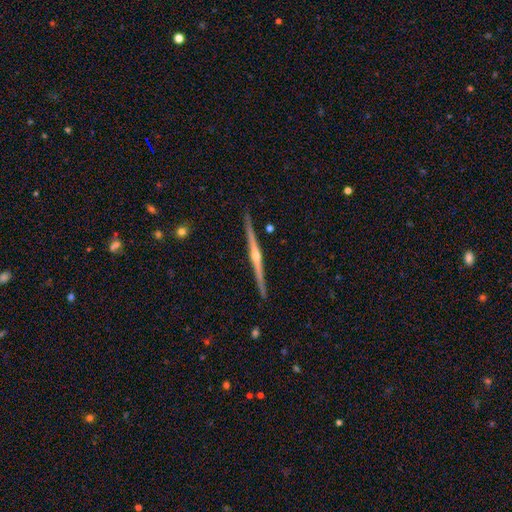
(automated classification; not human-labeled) Morphology: type=featured or disk (87%); edge-on=yes (99%); edge-on bulge=rounded (89%); merging=none (92%).